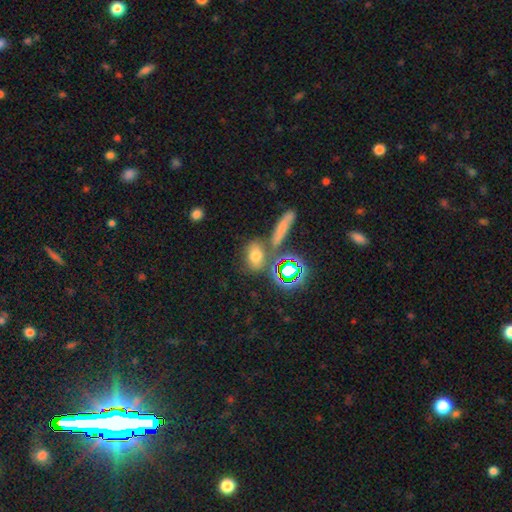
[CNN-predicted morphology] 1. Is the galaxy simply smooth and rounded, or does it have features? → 64% smooth, 24% star or artifact, 13% featured or disk.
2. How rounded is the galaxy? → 61% in between, 31% round, 8% cigar-shaped.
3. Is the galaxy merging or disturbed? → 62% none, 20% merger, 12% minor disturbance, 5% major disturbance.